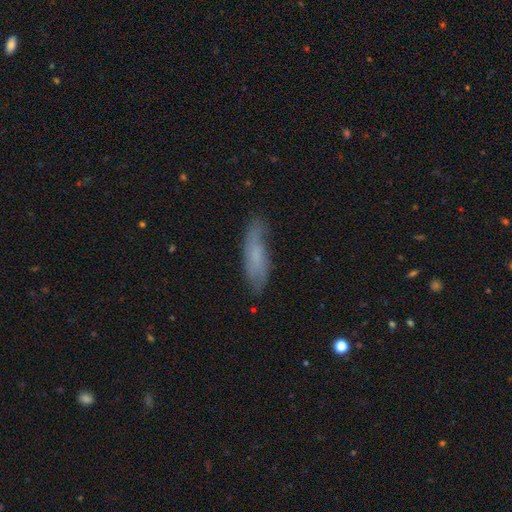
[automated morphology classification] A smooth galaxy with no disk features (60%) that is cigar-shaped (58%).

Vote fractions:
- Smooth or featured? smooth: 60% / featured or disk: 32% / star or artifact: 8%
- How rounded? cigar-shaped: 58% / in between: 40% / round: 2%
- Merging? none: 75% / minor disturbance: 19% / major disturbance: 4% / merger: 2%